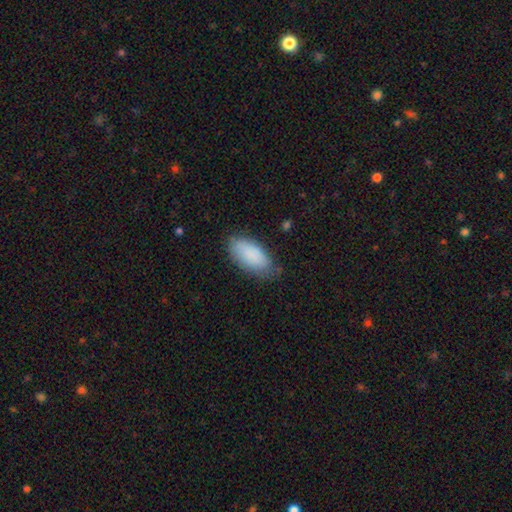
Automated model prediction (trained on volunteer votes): Overall: smooth (85%). How rounded: in between (92%). Merging: none (65%; minor disturbance 26%).